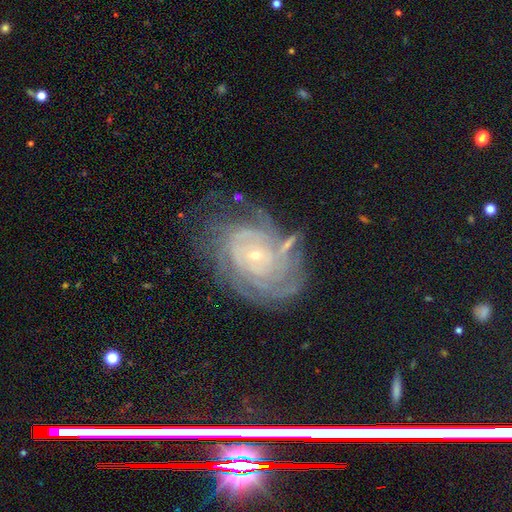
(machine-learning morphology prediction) A featured or disk galaxy (86%) with no bar (77%), tight (79%) spiral arms (96%) and a small central bulge (83%). Merging: none (60%).